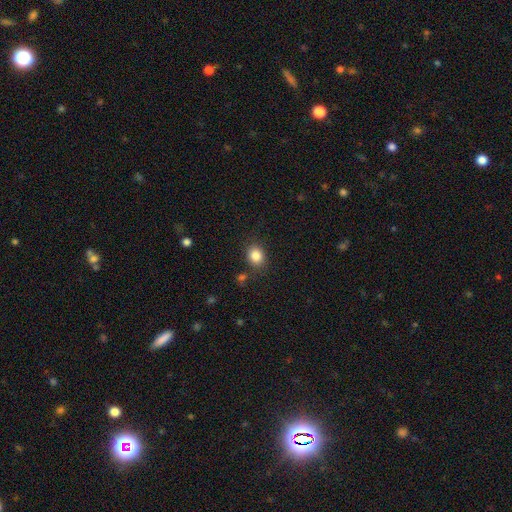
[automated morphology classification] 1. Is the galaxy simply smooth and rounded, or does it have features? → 85% smooth, 10% star or artifact, 5% featured or disk.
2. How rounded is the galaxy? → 60% round, 39% in between, 1% cigar-shaped.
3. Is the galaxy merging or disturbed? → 83% none, 11% minor disturbance, 3% major disturbance, 3% merger.